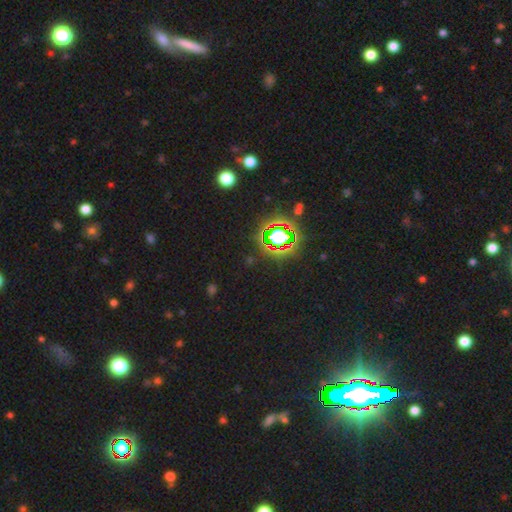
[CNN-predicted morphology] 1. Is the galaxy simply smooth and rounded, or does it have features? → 81% star or artifact, 12% smooth, 7% featured or disk.